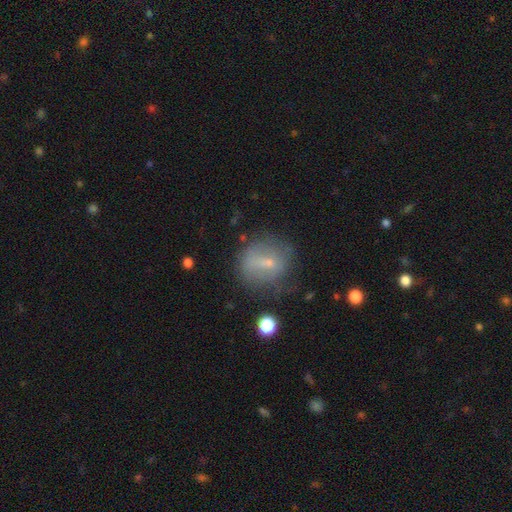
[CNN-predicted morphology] This is possibly a smooth galaxy (54%). How rounded: likely round (74%). Merging: possibly none (58%).